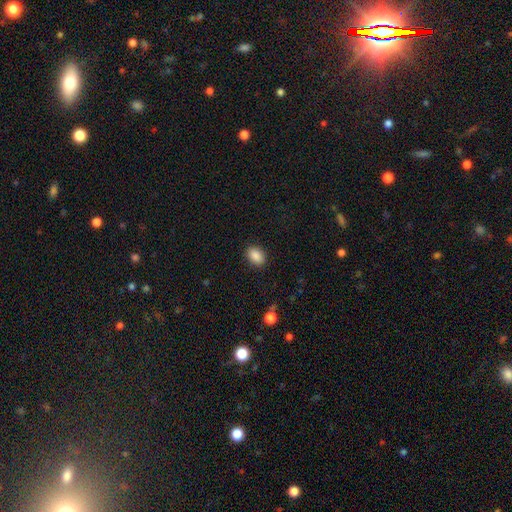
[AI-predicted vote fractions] Smooth or featured?
  - smooth: 88% *
  - star or artifact: 8%
  - featured or disk: 4%
How rounded?
  - in between: 80% *
  - round: 19%
  - cigar-shaped: 1%
Merging?
  - none: 88% *
  - minor disturbance: 8%
  - major disturbance: 2%
  - merger: 1%